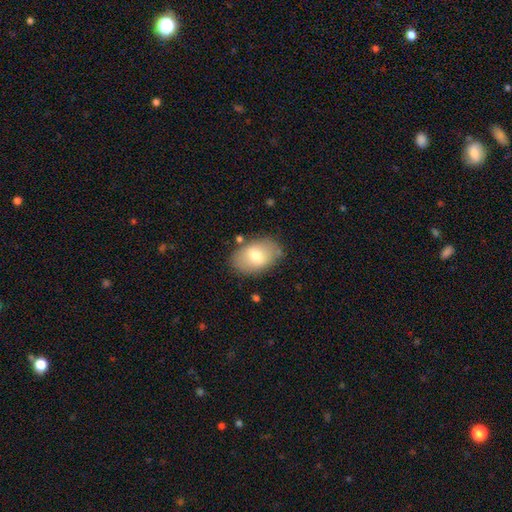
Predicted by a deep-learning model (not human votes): A smooth galaxy with no disk features (68%) that is in between round and cigar-shaped (88%).

Vote fractions:
- Smooth or featured? smooth: 68% / featured or disk: 25% / star or artifact: 7%
- How rounded? in between: 88% / round: 11% / cigar-shaped: 1%
- Merging? none: 78% / minor disturbance: 15% / major disturbance: 4% / merger: 3%